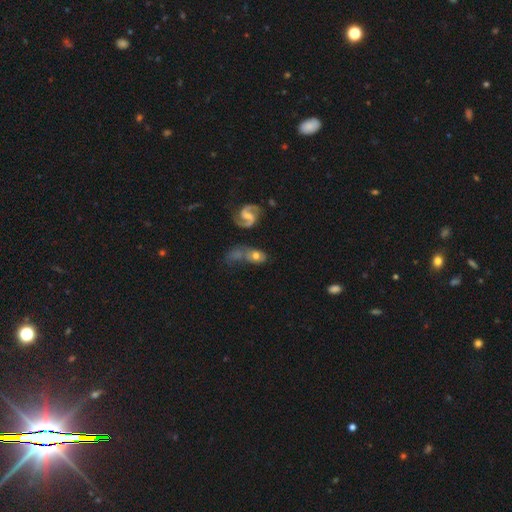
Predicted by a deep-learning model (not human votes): A featured or disk galaxy (49%).

Vote fractions:
- Smooth or featured? featured or disk: 49% / smooth: 42% / star or artifact: 9%
- Merging? none: 37% / merger: 34% / minor disturbance: 17% / major disturbance: 13%